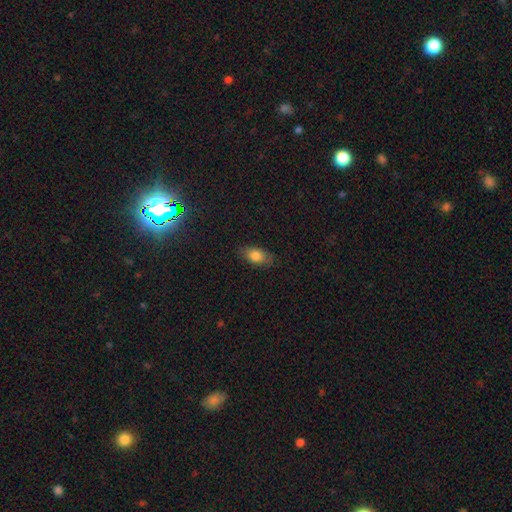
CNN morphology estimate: This is likely a smooth galaxy (79%). How rounded: clearly in between (86%). Merging: clearly none (82%).